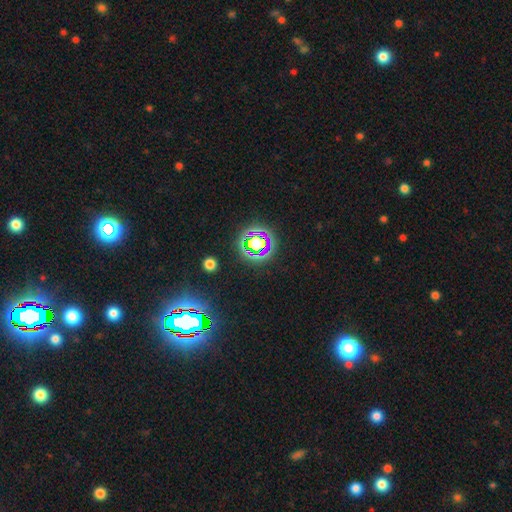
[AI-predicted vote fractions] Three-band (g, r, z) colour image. It shows a star or artifact, not a galaxy (80%).